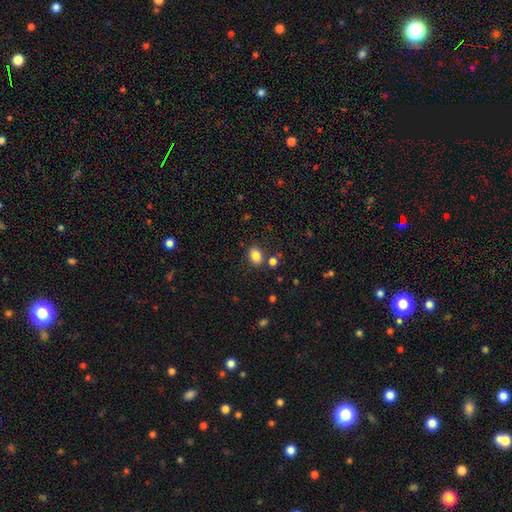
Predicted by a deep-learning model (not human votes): smooth 84%, star or artifact 10%, featured or disk 5%. Down the decision tree: how rounded — in between (72%); merging — none (77%).